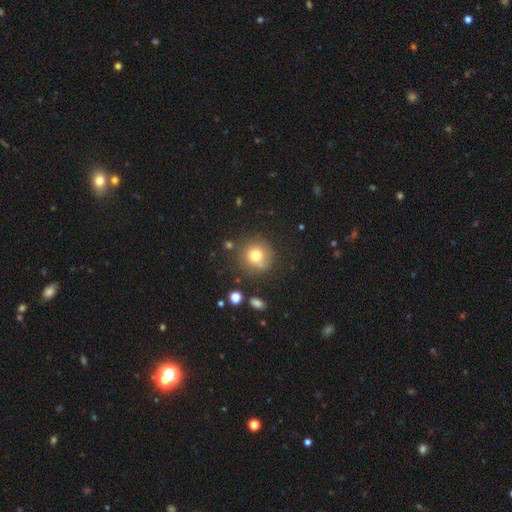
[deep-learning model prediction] smooth 74%, featured or disk 13%, star or artifact 12%. Down the decision tree: how rounded — round (91%); merging — none (72%).